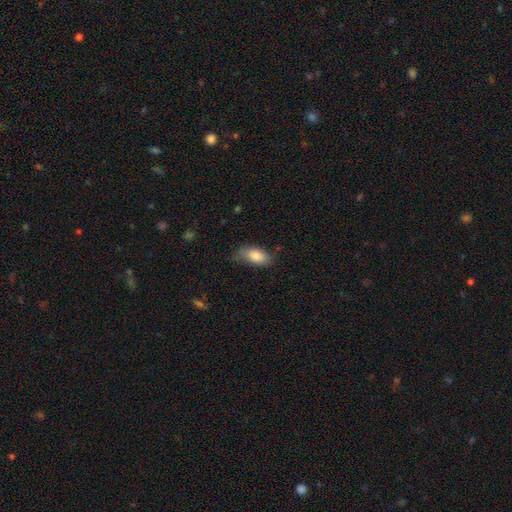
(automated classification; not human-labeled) Overall: smooth (84%). How rounded: in between (90%). Merging: none (64%; minor disturbance 27%).